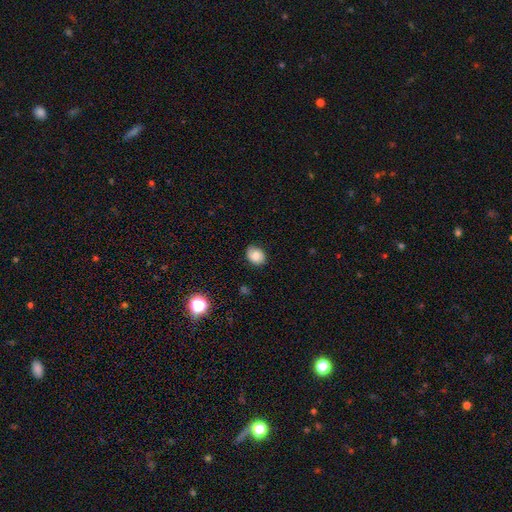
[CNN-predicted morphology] A smooth galaxy with no disk features (78%) that is in between round and cigar-shaped (55%).

Vote fractions:
- Smooth or featured? smooth: 78% / featured or disk: 12% / star or artifact: 9%
- How rounded? in between: 55% / round: 44% / cigar-shaped: 1%
- Merging? none: 80% / minor disturbance: 16% / major disturbance: 3% / merger: 1%